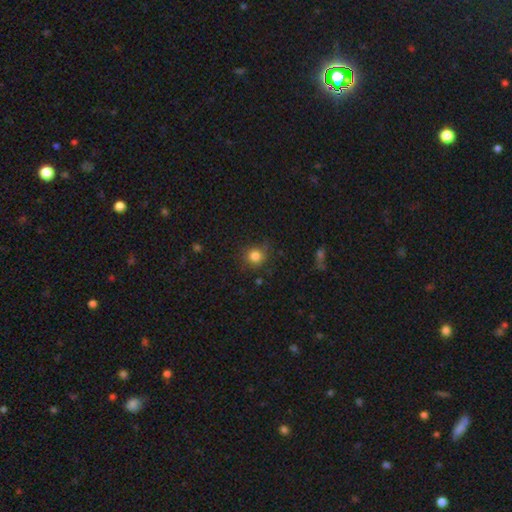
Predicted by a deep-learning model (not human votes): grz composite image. It shows a smooth galaxy with no disk features (83%) that is round (90%). Merging: none (80%).